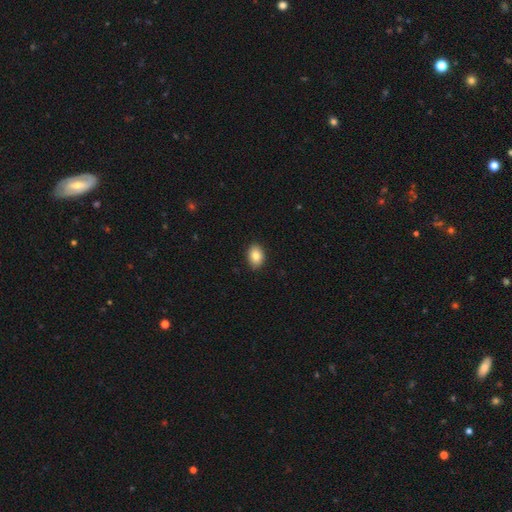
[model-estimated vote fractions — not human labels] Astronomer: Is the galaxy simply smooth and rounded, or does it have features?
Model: smooth — 86%.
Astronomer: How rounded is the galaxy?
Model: in between — 79%.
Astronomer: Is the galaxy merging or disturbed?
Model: none — 89%.